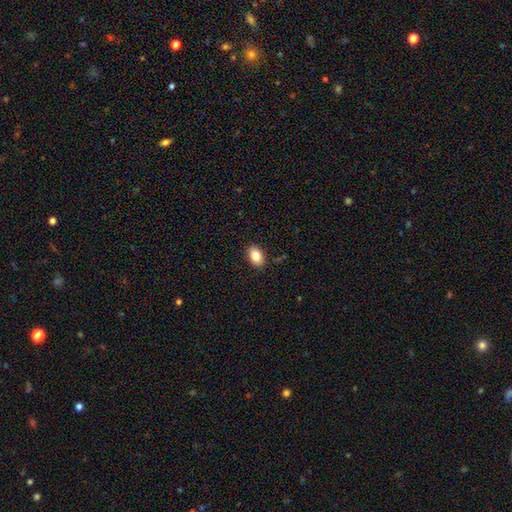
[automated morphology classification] type=smooth (83%); roundness=in between (86%); merging=none (87%).